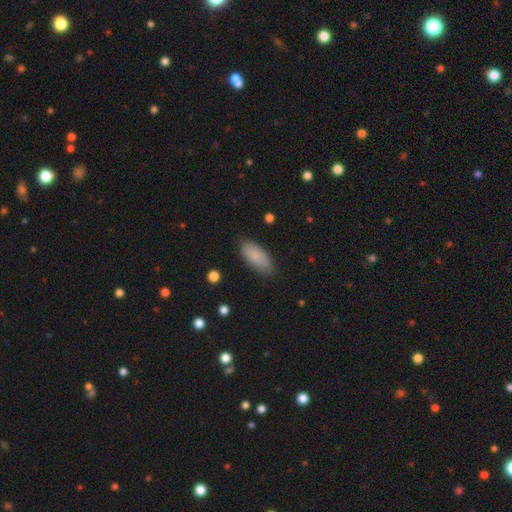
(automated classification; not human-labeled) Q: Smooth or featured?
A: smooth (83%); runner-up: featured or disk (10%)
Q: How rounded?
A: in between (85%); runner-up: cigar-shaped (13%)
Q: Merging?
A: none (81%); runner-up: minor disturbance (15%)